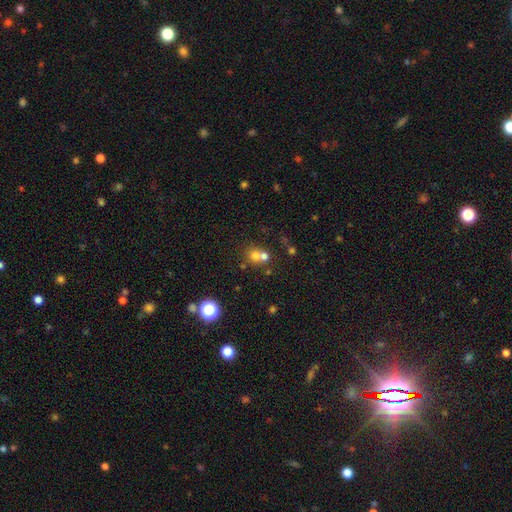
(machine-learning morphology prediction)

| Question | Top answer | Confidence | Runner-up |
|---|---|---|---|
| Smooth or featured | smooth | 65% | star or artifact (19%) |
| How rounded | round | 83% | in between (16%) |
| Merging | merger | 51% | none (40%) |